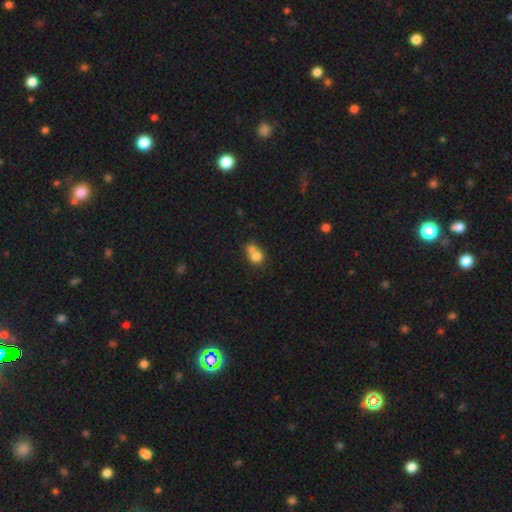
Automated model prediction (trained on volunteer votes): Smooth or featured? Predicted: smooth (p=0.75). How rounded? Predicted: round (p=0.72). Merging? Predicted: merger (p=0.62).